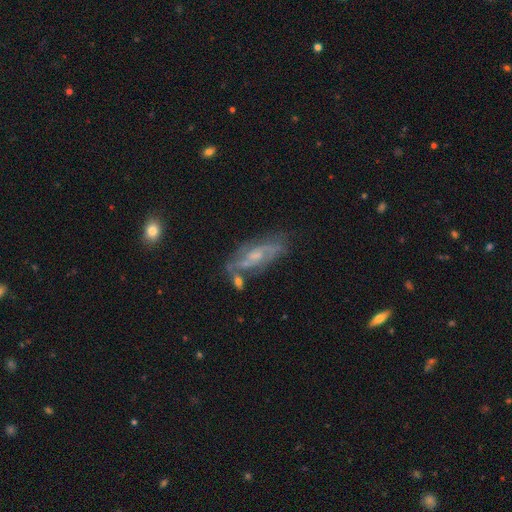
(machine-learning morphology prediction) type=featured or disk (72%); edge-on=no (86%); bar=no (50%); spiral arms=yes (81%); winding=medium (46%); arm count=2 (57%); bulge=small (48%); merging=none (57%).